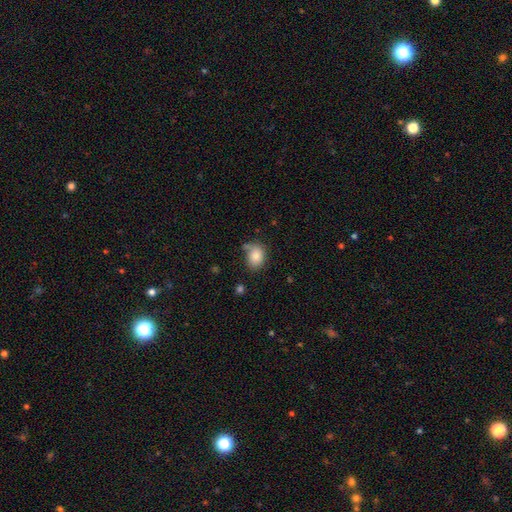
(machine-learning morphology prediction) This is clearly a smooth galaxy (82%). How rounded: likely in between (60%). Merging: possibly none (59%).